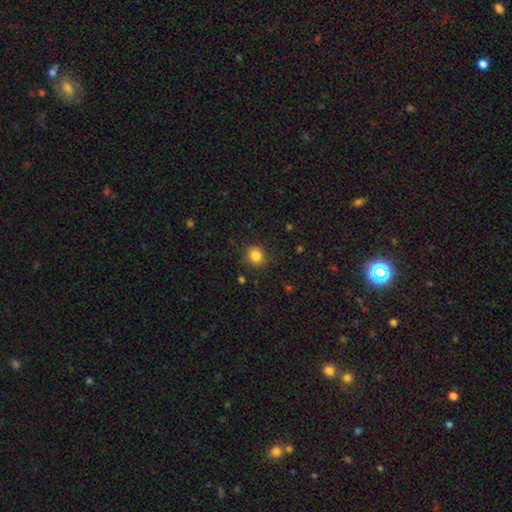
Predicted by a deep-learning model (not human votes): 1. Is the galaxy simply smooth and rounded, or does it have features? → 84% smooth, 11% star or artifact, 5% featured or disk.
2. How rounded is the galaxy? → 83% round, 16% in between, 1% cigar-shaped.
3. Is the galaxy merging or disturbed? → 86% none, 9% minor disturbance, 3% major disturbance, 1% merger.